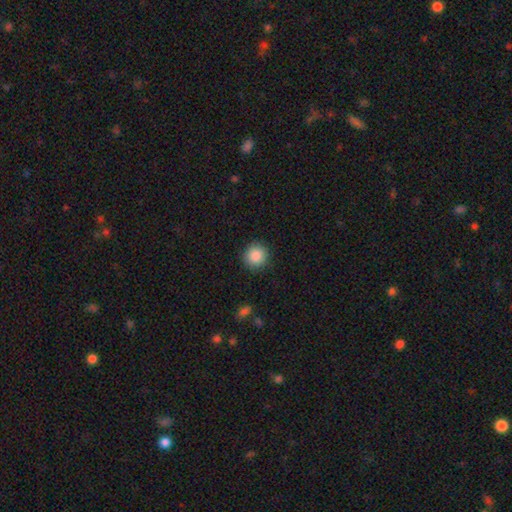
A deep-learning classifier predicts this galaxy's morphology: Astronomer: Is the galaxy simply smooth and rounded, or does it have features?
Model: smooth — 88%.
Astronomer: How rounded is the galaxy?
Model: round — 94%.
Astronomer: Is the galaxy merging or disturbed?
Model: none — 91%.